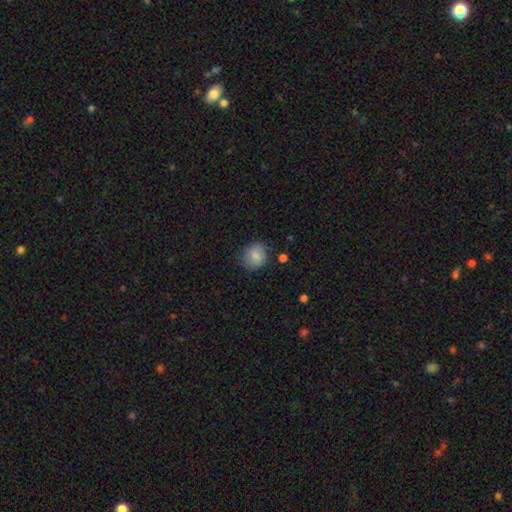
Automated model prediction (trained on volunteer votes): Smooth or featured?
  - smooth: 81% *
  - featured or disk: 11%
  - star or artifact: 8%
How rounded?
  - round: 80% *
  - in between: 19%
  - cigar-shaped: 1%
Merging?
  - none: 77% *
  - minor disturbance: 17%
  - major disturbance: 4%
  - merger: 2%